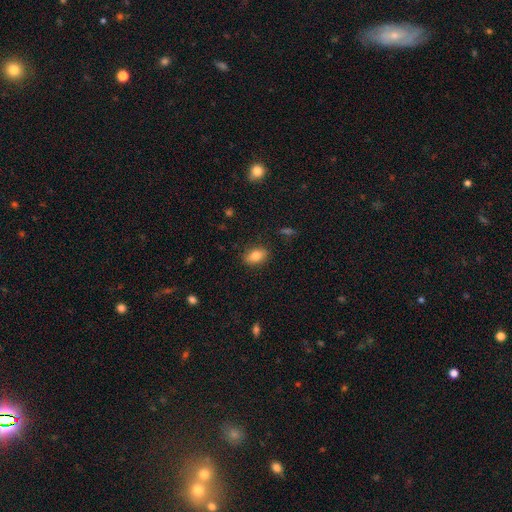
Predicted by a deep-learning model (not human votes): Morphology: type=smooth (83%); roundness=in between (86%); merging=none (86%).